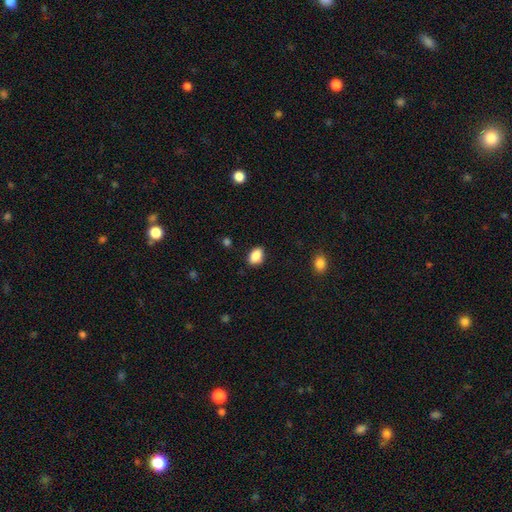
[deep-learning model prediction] Morphology: type=smooth (88%); roundness=in between (82%); merging=none (85%).